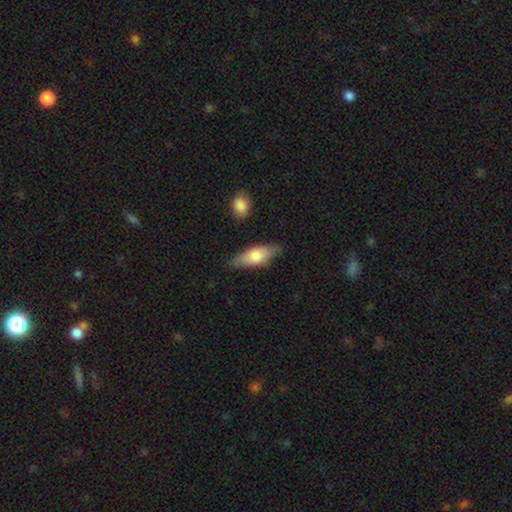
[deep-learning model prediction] Morphology: type=smooth (69%); roundness=in between (67%); merging=none (75%).